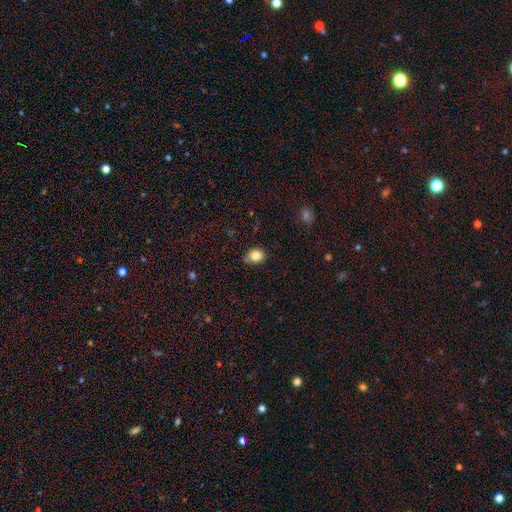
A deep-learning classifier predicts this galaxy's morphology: smooth-or-featured: smooth: 82% | star or artifact: 11% | featured or disk: 7%
  how-rounded: round: 65% | in between: 34% | cigar-shaped: 1%
  merging: none: 72% | minor disturbance: 22% | major disturbance: 4% | merger: 3%